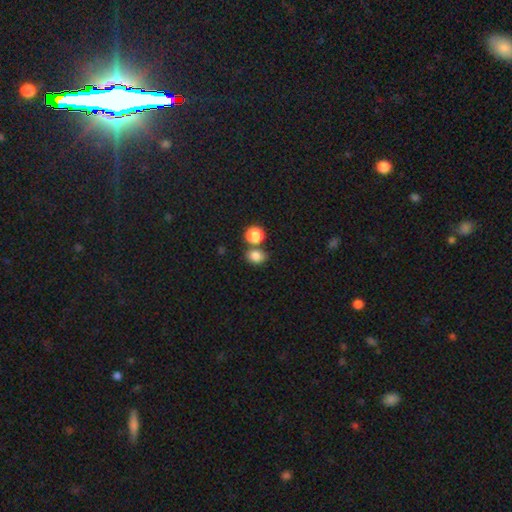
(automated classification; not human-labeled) Q: Smooth or featured?
A: smooth (82%); runner-up: star or artifact (12%)
Q: How rounded?
A: round (55%); runner-up: in between (44%)
Q: Merging?
A: none (61%); runner-up: merger (24%)